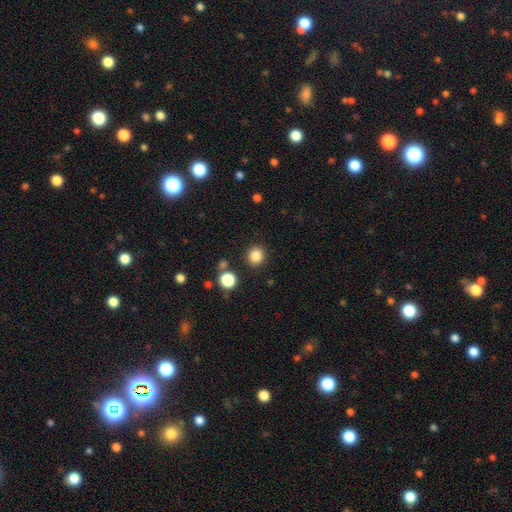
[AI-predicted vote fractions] Smooth or featured: smooth — 84% (star or artifact — 12%)
How rounded: round — 88% (in between — 11%)
Merging: none — 89% (minor disturbance — 6%)